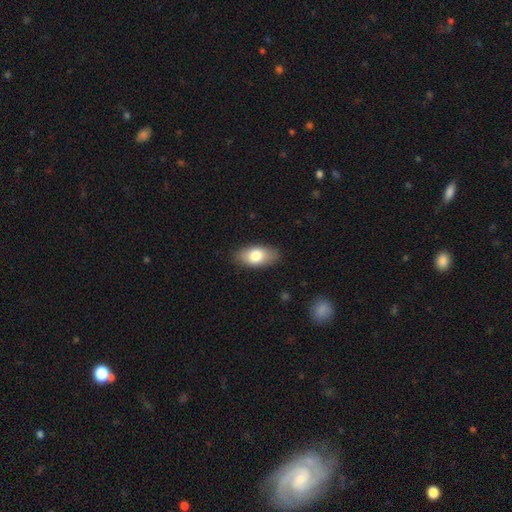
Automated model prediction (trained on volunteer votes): Morphology: type=smooth (79%); roundness=in between (92%); merging=none (86%).